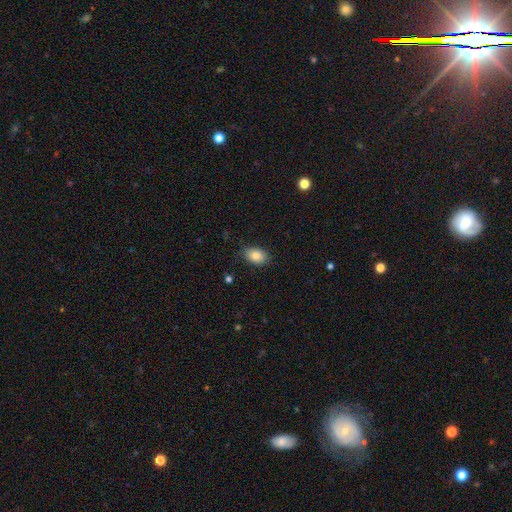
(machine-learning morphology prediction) smooth 84%, star or artifact 8%, featured or disk 8%. Down the decision tree: how rounded — in between (83%); merging — none (83%).